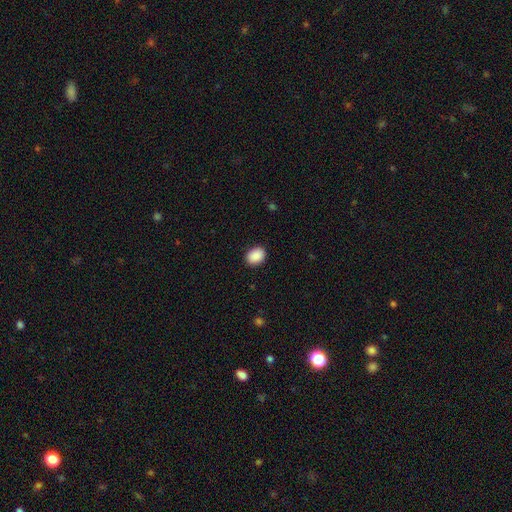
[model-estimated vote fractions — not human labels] smooth_or_featured: smooth (p=0.90) [alt: star or artifact p=0.07]
how_rounded: in between (p=0.65) [alt: round p=0.34]
merging: none (p=0.89) [alt: minor disturbance p=0.08]